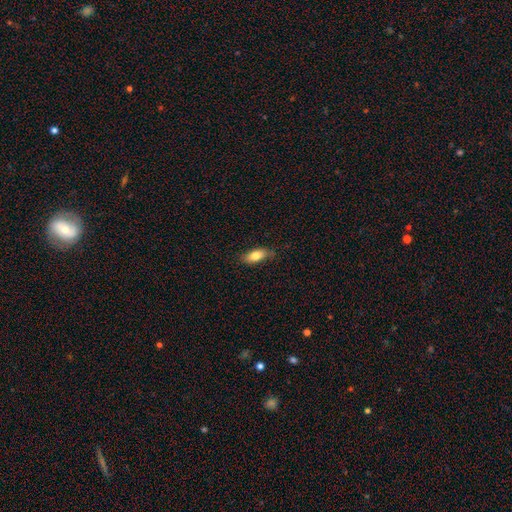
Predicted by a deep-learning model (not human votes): Q: Smooth or featured?
A: smooth (76%); runner-up: featured or disk (17%)
Q: How rounded?
A: in between (78%); runner-up: cigar-shaped (19%)
Q: Merging?
A: none (79%); runner-up: minor disturbance (17%)